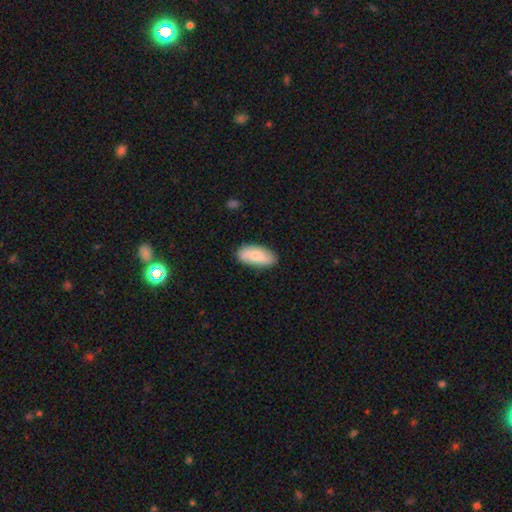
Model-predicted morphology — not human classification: Smooth or featured? smooth (74%)
How rounded? in between (91%)
Merging? none (81%)